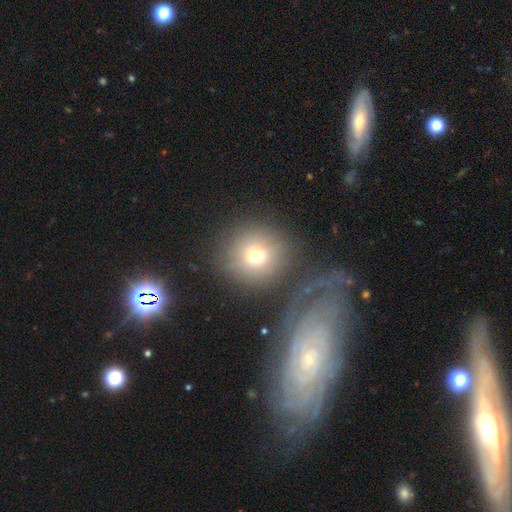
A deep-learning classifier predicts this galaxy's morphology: Smooth or featured: smooth — 66% (featured or disk — 22%)
How rounded: round — 88% (in between — 11%)
Merging: none — 70% (minor disturbance — 12%)